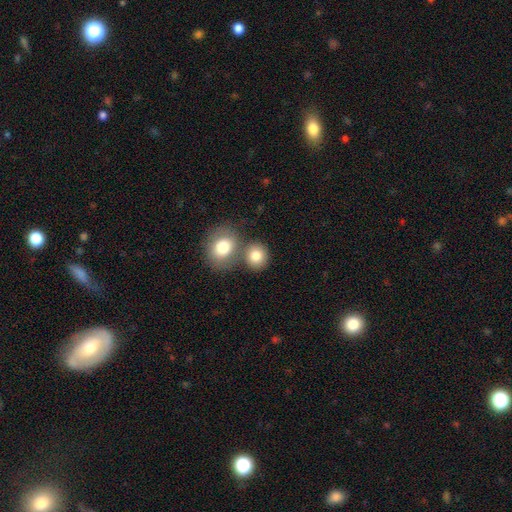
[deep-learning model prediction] This appears to be a smooth galaxy with no disk features (81%) that is round (73%). Merging: none (54%).